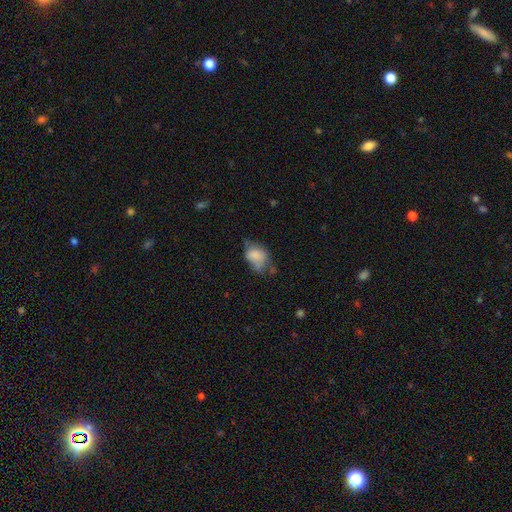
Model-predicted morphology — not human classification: smooth_or_featured: smooth (p=0.73) [alt: featured or disk p=0.18]
how_rounded: in between (p=0.81) [alt: round p=0.18]
merging: minor disturbance (p=0.36) [alt: major disturbance p=0.28]